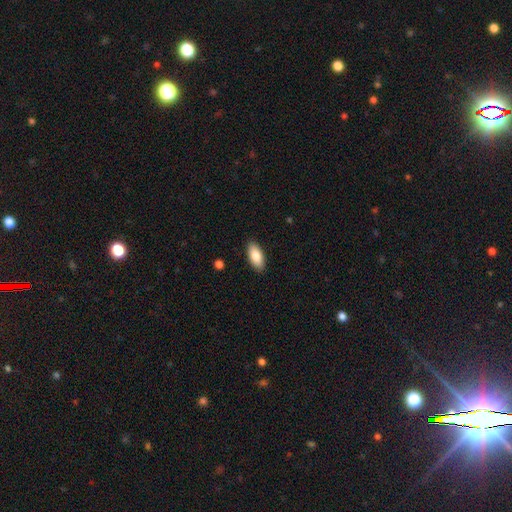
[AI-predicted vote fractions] Smooth or featured? smooth (85%)
How rounded? in between (88%)
Merging? none (89%)